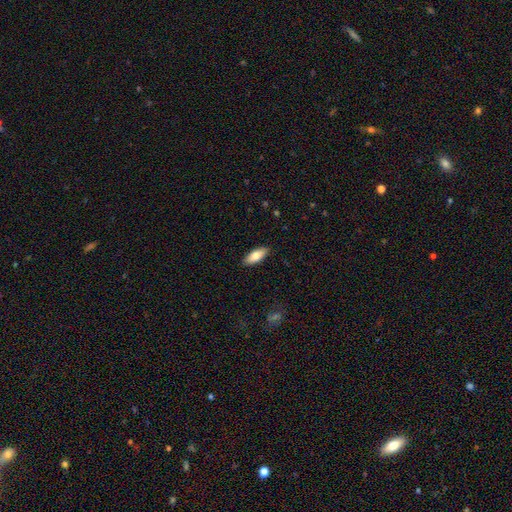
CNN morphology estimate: This is likely a smooth galaxy (76%). How rounded: likely in between (79%). Merging: clearly none (89%).